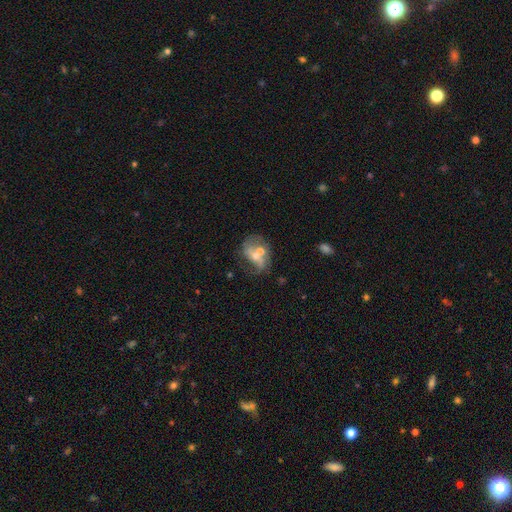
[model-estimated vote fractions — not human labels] Smooth or featured? Predicted: featured or disk (p=0.61). Edge-on disk? Predicted: no (p=0.97). Bar? Predicted: no (p=0.65). Spiral arms? Predicted: yes (p=0.64). Bulge size? Predicted: moderate (p=0.52). Merging? Predicted: merger (p=0.34).